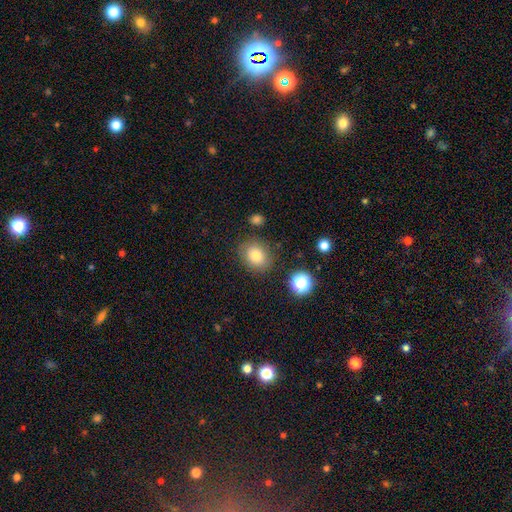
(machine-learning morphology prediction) Smooth or featured?
  - smooth: 80% *
  - star or artifact: 11%
  - featured or disk: 9%
How rounded?
  - round: 58% *
  - in between: 41%
  - cigar-shaped: 1%
Merging?
  - none: 82% *
  - minor disturbance: 11%
  - major disturbance: 4%
  - merger: 3%